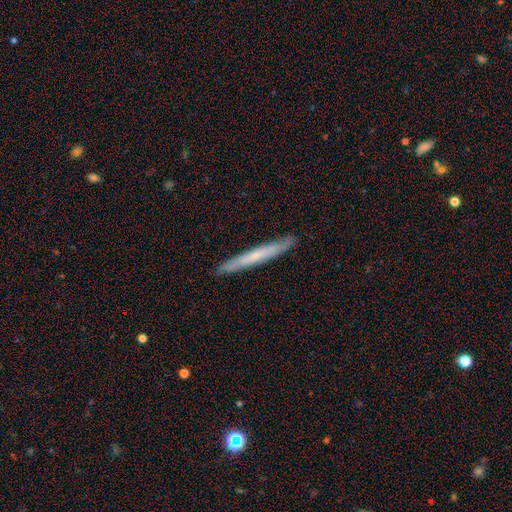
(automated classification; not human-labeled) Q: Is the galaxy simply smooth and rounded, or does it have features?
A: smooth — 51%.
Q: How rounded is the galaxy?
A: cigar-shaped — 97%.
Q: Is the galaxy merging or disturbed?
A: none — 89%.